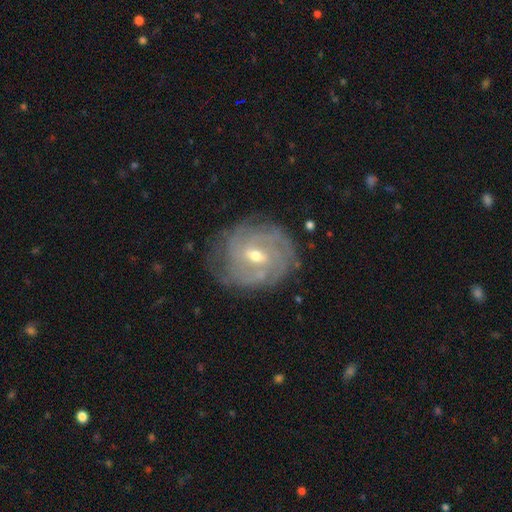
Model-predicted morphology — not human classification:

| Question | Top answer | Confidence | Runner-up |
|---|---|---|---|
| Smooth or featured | featured or disk | 84% | smooth (10%) |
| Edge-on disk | no | 97% | yes (3%) |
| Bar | weak | 58% | no (24%) |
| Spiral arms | yes | 93% | no (7%) |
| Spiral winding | tight | 71% | medium (23%) |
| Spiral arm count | can't tell | 40% | 3 (18%) |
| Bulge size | moderate | 52% | small (44%) |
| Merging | none | 72% | minor disturbance (19%) |